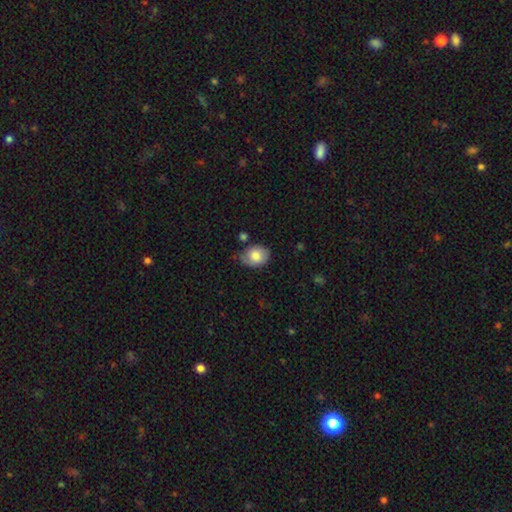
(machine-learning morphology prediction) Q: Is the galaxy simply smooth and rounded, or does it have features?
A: smooth — 80%.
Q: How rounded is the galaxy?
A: in between — 69%.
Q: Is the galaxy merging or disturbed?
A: none — 64%.